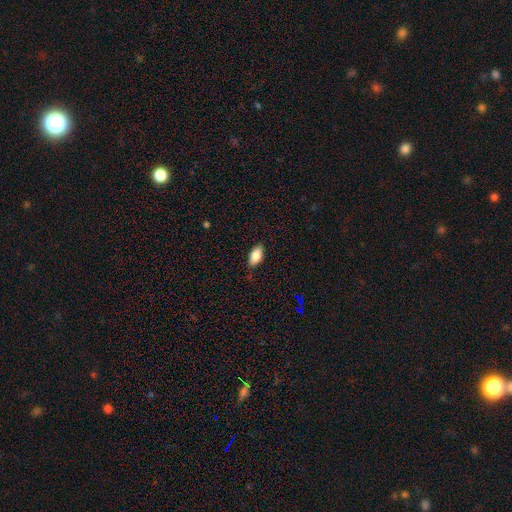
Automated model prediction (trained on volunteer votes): Q: Smooth or featured?
A: smooth (83%); runner-up: featured or disk (10%)
Q: How rounded?
A: in between (91%); runner-up: cigar-shaped (6%)
Q: Merging?
A: none (84%); runner-up: minor disturbance (12%)